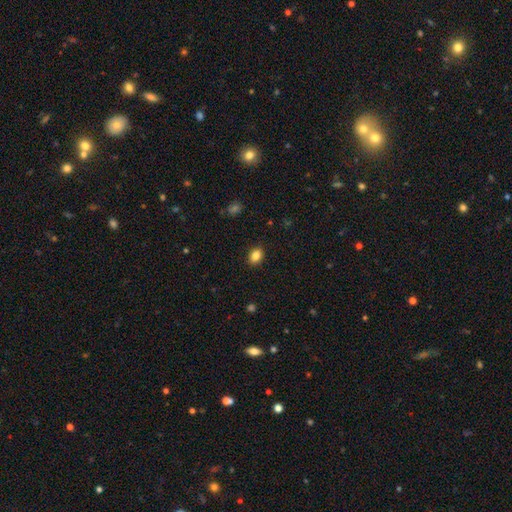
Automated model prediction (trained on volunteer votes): Smooth or featured? Predicted: smooth (p=0.85). How rounded? Predicted: in between (p=0.71). Merging? Predicted: none (p=0.89).